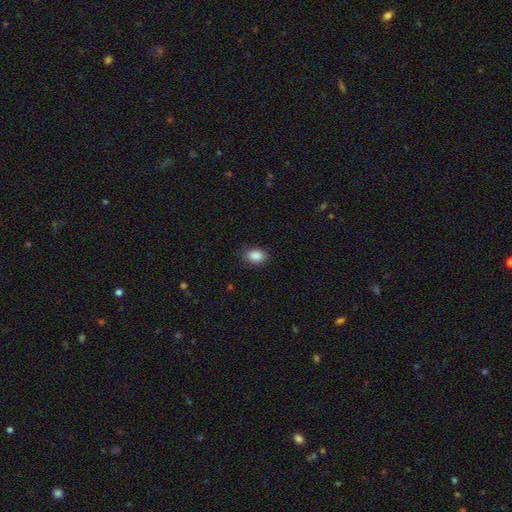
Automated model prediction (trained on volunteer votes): A smooth galaxy with no disk features (88%) that is in between round and cigar-shaped (74%).

Vote fractions:
- Smooth or featured? smooth: 88% / star or artifact: 8% / featured or disk: 3%
- How rounded? in between: 74% / round: 25% / cigar-shaped: 1%
- Merging? none: 84% / minor disturbance: 12% / major disturbance: 3% / merger: 1%